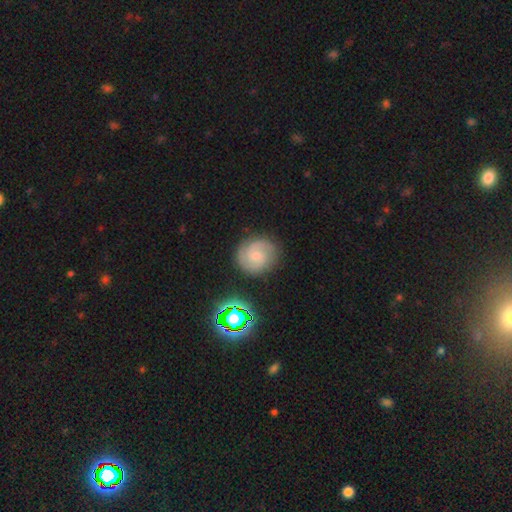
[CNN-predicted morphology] Q: Smooth or featured?
A: featured or disk (76%); runner-up: smooth (15%)
Q: Edge-on disk?
A: no (98%); runner-up: yes (2%)
Q: Bar?
A: no (57%); runner-up: weak (37%)
Q: Spiral arms?
A: yes (97%); runner-up: no (3%)
Q: Spiral winding?
A: tight (55%); runner-up: medium (37%)
Q: Spiral arm count?
A: 2 (81%); runner-up: can't tell (7%)
Q: Bulge size?
A: small (55%); runner-up: moderate (35%)
Q: Merging?
A: none (84%); runner-up: minor disturbance (11%)